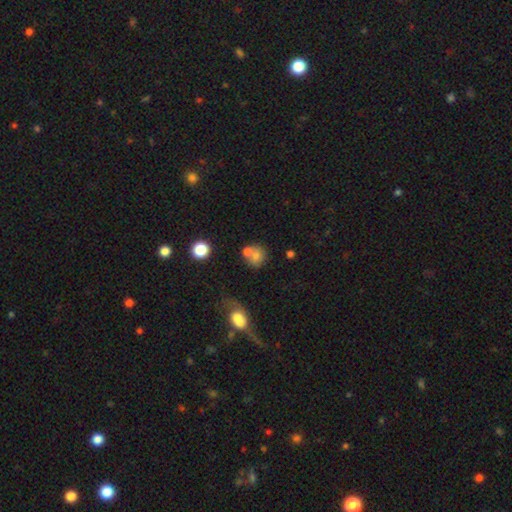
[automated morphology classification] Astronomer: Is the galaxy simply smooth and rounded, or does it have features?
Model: smooth — 69%.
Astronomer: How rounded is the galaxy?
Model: round — 76%.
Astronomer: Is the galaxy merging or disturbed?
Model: none — 43% (runner-up: merger, 39%).